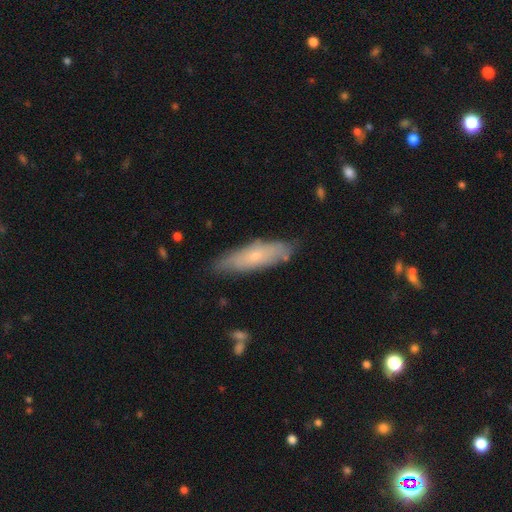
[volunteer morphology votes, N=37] smooth 62%, featured or disk 38%, star or artifact 0%. Down the decision tree: how rounded — cigar-shaped (61%); merging — none (70%).